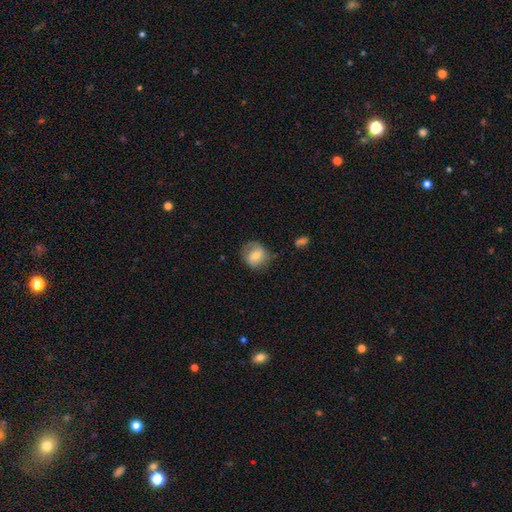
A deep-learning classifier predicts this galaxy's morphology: Q: Smooth or featured?
A: smooth (66%); runner-up: featured or disk (26%)
Q: How rounded?
A: round (76%); runner-up: in between (23%)
Q: Merging?
A: none (67%); runner-up: minor disturbance (23%)